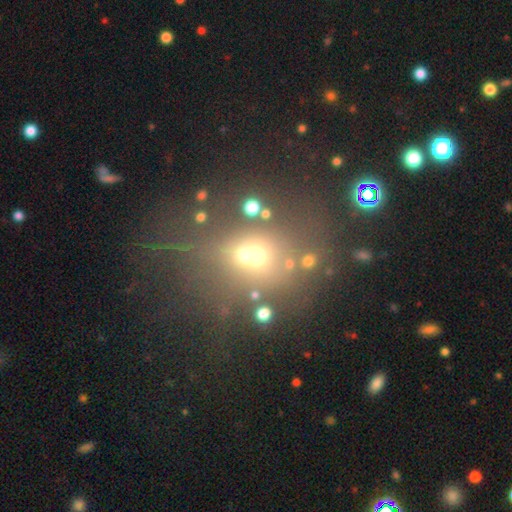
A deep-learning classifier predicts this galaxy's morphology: This appears to be a smooth galaxy with no disk features (45%). Merging: none (49%).